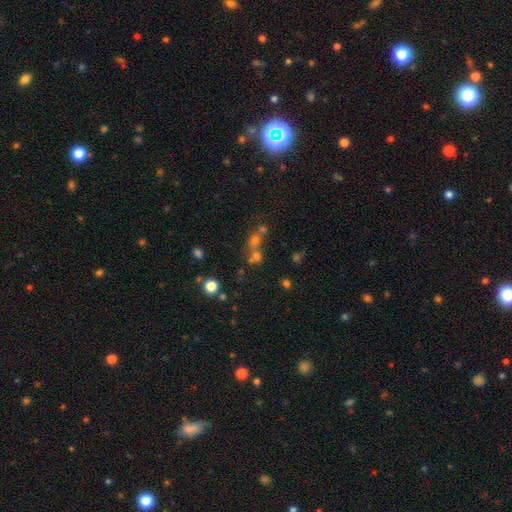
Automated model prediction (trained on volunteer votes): Smooth or featured: star or artifact — 47% (smooth — 37%)